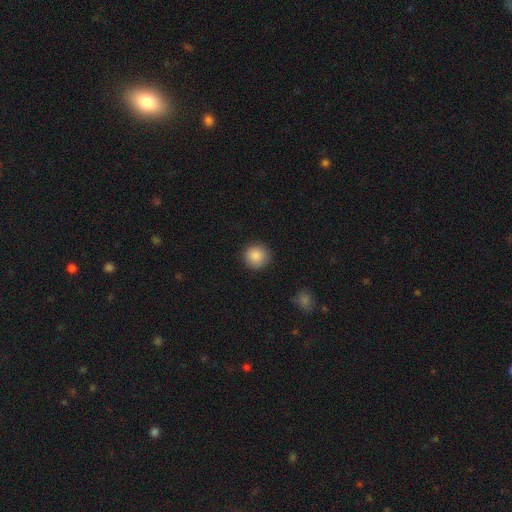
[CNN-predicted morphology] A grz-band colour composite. It shows a smooth galaxy with no disk features (87%) that is round (94%). Merging: none (90%).